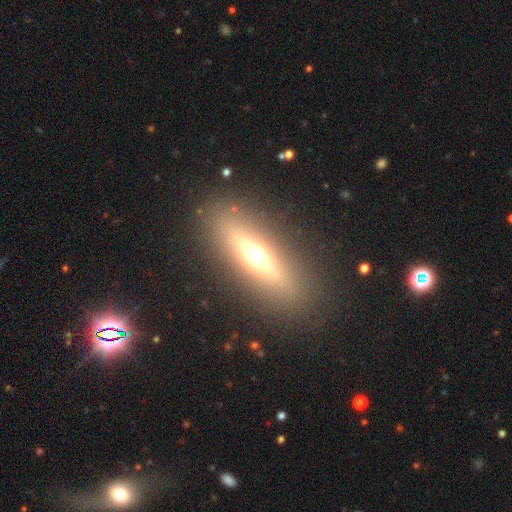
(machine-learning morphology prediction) smooth-or-featured: featured or disk: 44% | smooth: 41% | star or artifact: 14%
  merging: none: 86% | minor disturbance: 8% | major disturbance: 5% | merger: 1%